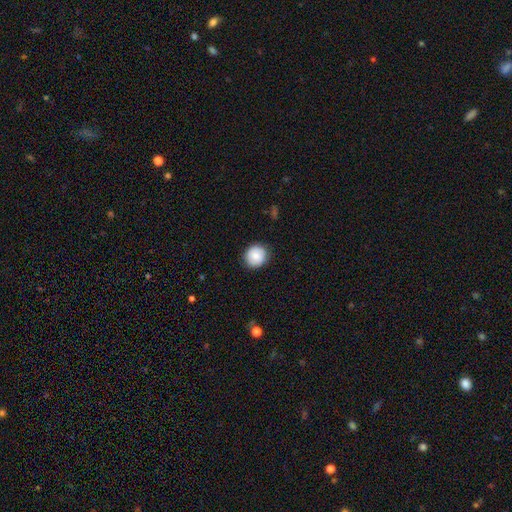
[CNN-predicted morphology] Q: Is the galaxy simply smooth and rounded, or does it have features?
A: smooth — 83%.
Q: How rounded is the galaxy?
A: round — 89%.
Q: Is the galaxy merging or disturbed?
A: none — 88%.